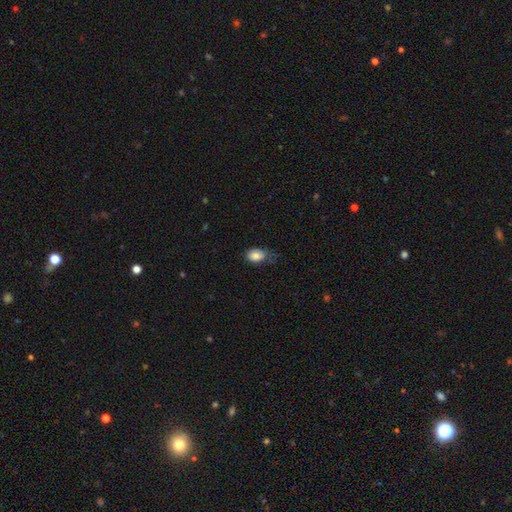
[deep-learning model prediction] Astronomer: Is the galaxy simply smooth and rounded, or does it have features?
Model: smooth — 81%.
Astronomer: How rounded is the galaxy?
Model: in between — 81%.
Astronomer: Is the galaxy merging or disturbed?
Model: none — 39% (runner-up: minor disturbance, 37%).